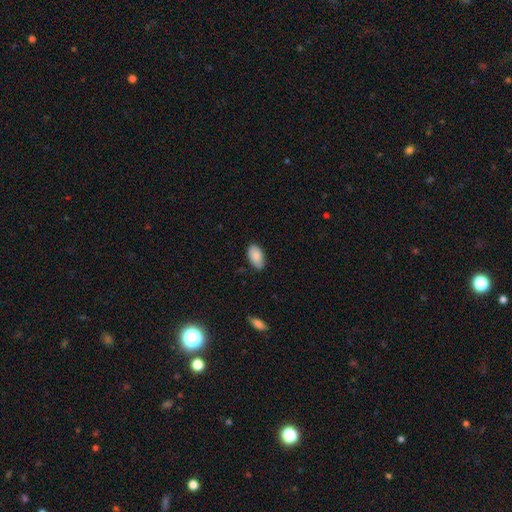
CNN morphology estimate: Overall: smooth (88%). How rounded: in between (95%). Merging: none (79%).